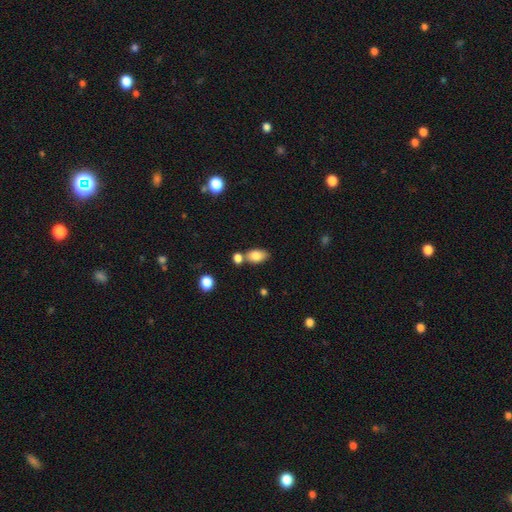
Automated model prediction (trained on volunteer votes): This appears to be a smooth galaxy with no disk features (82%) that is in between round and cigar-shaped (88%). Merging: none (58%).